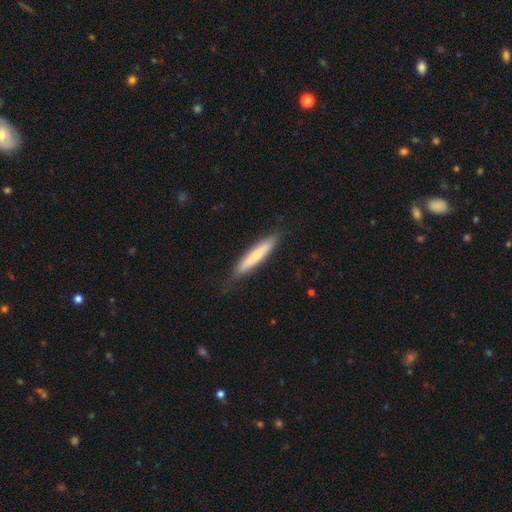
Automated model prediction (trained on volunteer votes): smooth 58%, featured or disk 36%, star or artifact 5%. Down the decision tree: how rounded — cigar-shaped (91%); merging — none (83%).